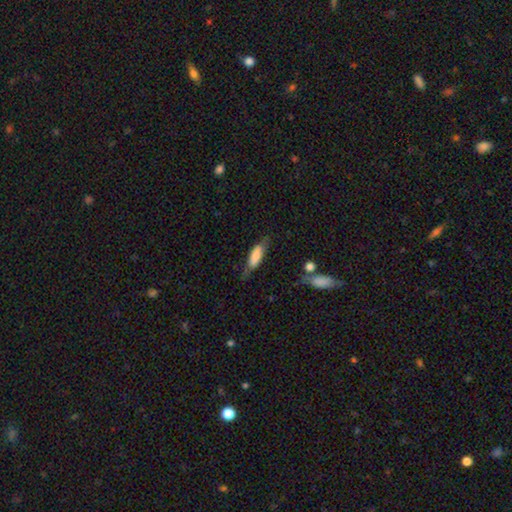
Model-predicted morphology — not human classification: Smooth or featured?
  - smooth: 67% *
  - featured or disk: 27%
  - star or artifact: 6%
How rounded?
  - in between: 52% *
  - cigar-shaped: 46%
  - round: 2%
Merging?
  - none: 55% *
  - minor disturbance: 27%
  - major disturbance: 13%
  - merger: 5%